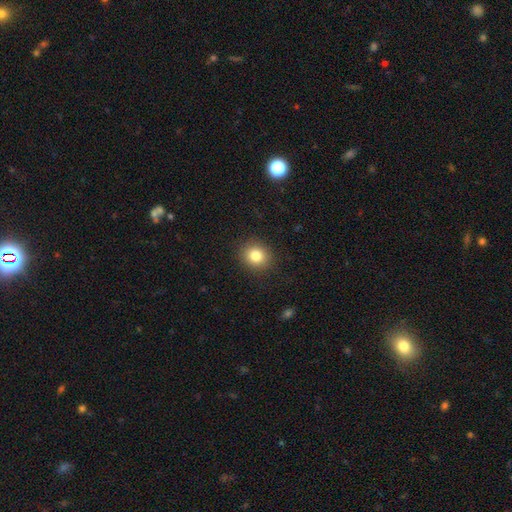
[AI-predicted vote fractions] Morphology: type=smooth (82%); roundness=round (79%); merging=none (90%).